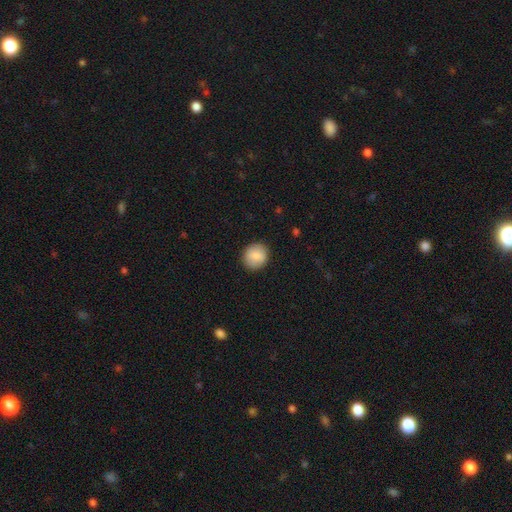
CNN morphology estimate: Smooth or featured? Predicted: smooth (p=0.85). How rounded? Predicted: round (p=0.83). Merging? Predicted: none (p=0.89).